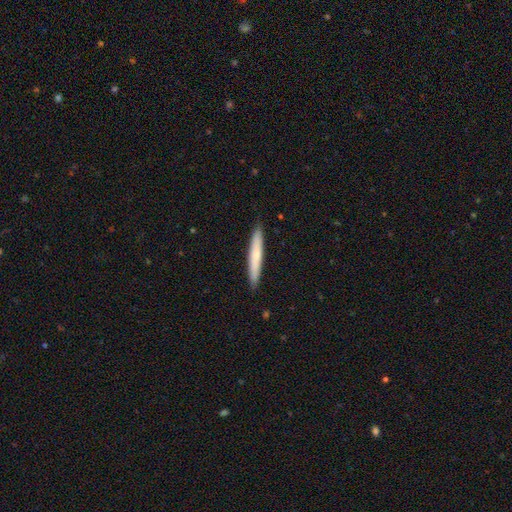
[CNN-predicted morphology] smooth-or-featured: smooth: 64% | featured or disk: 31% | star or artifact: 6%
  how-rounded: cigar-shaped: 95% | in between: 4% | round: 1%
  merging: none: 90% | minor disturbance: 7% | major disturbance: 1% | merger: 1%